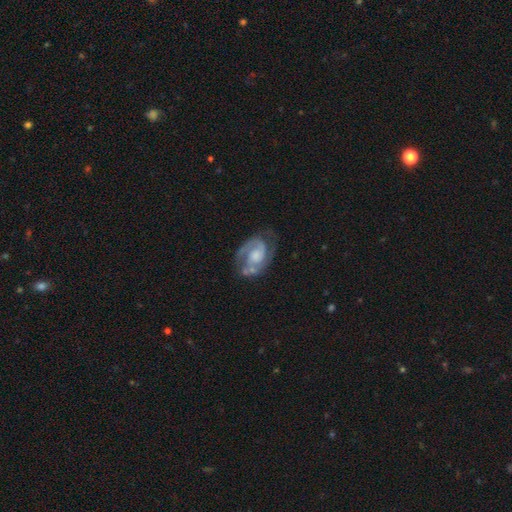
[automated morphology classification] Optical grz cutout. It shows a featured or disk galaxy (85%) with no bar (62%), 2 (80%) medium (46%) spiral arms (95%) and a moderate central bulge (36%). Merging: none (61%).